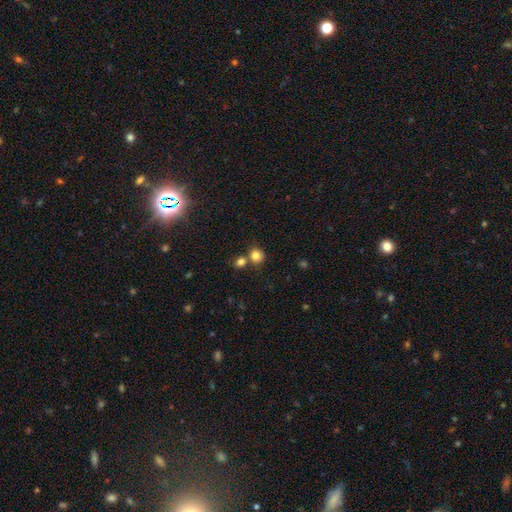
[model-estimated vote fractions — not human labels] Morphology: type=smooth (82%); roundness=round (80%); merging=none (62%).